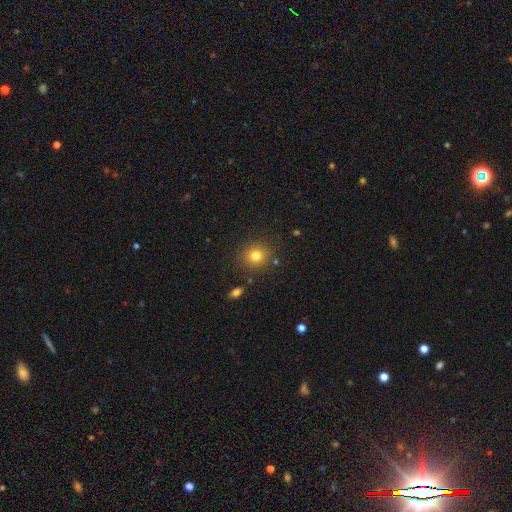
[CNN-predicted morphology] Smooth or featured?
  - smooth: 79% *
  - star or artifact: 13%
  - featured or disk: 8%
How rounded?
  - round: 86% *
  - in between: 13%
  - cigar-shaped: 1%
Merging?
  - none: 85% *
  - minor disturbance: 9%
  - merger: 3%
  - major disturbance: 3%